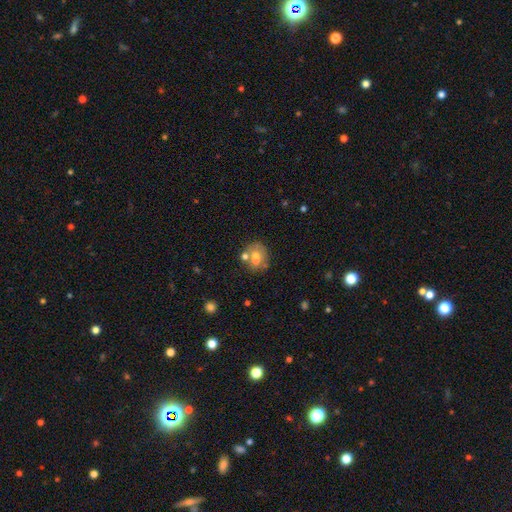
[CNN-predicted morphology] This appears to be a smooth galaxy with no disk features (54%) that is round (61%). Merging: none (46%).